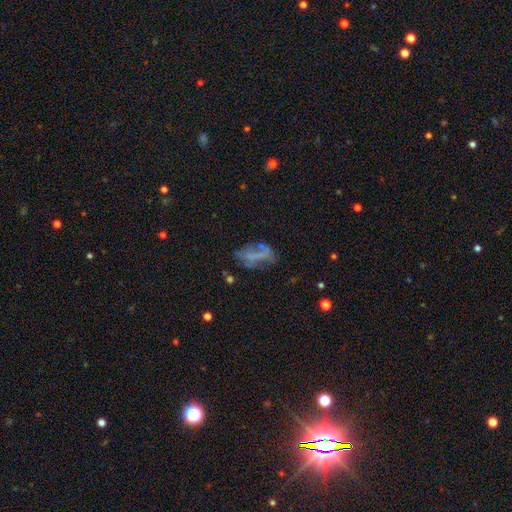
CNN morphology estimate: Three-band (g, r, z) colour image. It shows a featured or disk galaxy (46%). Merging: none (41%).